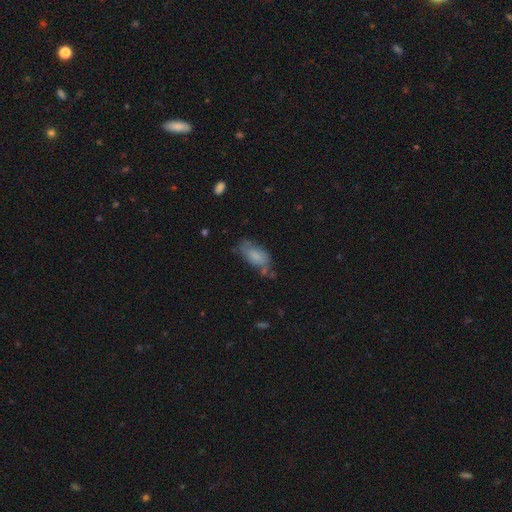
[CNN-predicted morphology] Smooth or featured?
  - smooth: 76% *
  - featured or disk: 17%
  - star or artifact: 7%
How rounded?
  - in between: 89% *
  - cigar-shaped: 8%
  - round: 3%
Merging?
  - none: 55% *
  - minor disturbance: 28%
  - major disturbance: 10%
  - merger: 7%